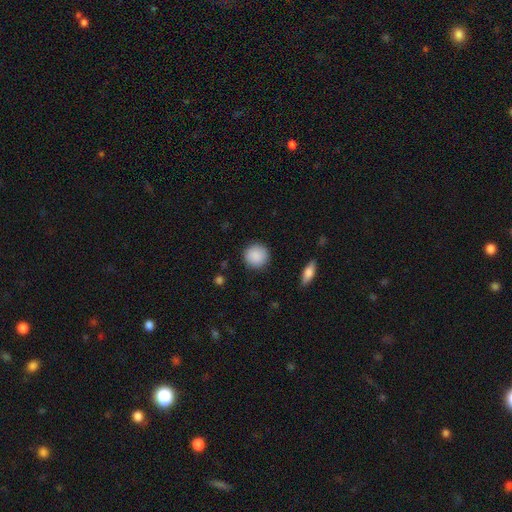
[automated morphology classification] This appears to be a smooth galaxy with no disk features (89%) that is round (93%). Merging: none (90%).